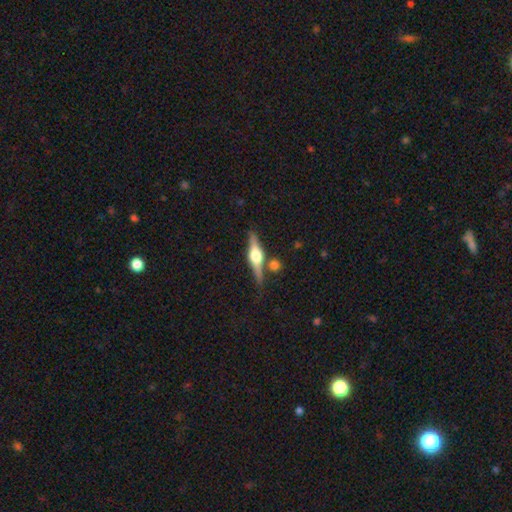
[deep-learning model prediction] Morphology: type=featured or disk (76%); edge-on=yes (97%); edge-on bulge=rounded (93%); merging=none (79%).